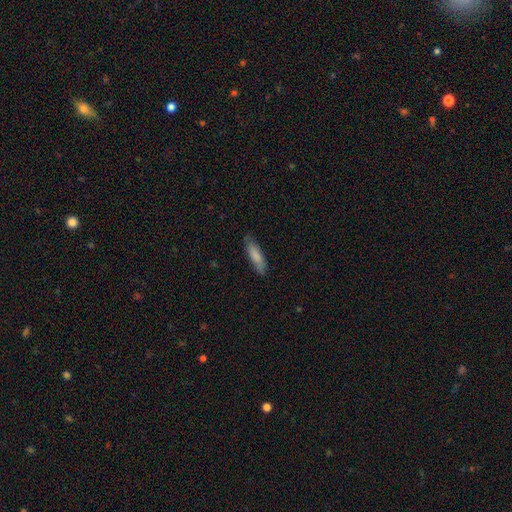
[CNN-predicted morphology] smooth_or_featured: smooth (p=0.81) [alt: featured or disk p=0.13]
how_rounded: cigar-shaped (p=0.62) [alt: in between p=0.37]
merging: none (p=0.80) [alt: minor disturbance p=0.16]